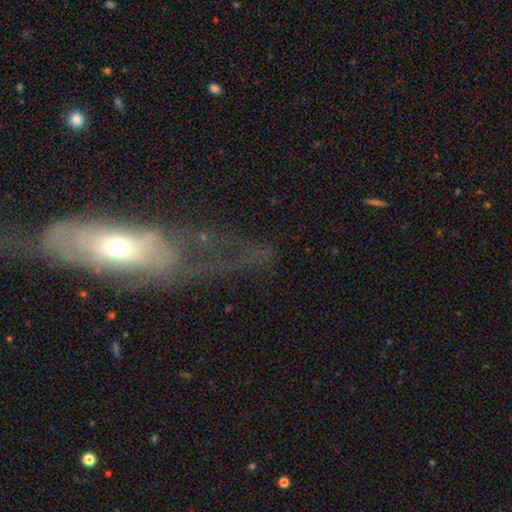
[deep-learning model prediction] featured or disk 47%, smooth 34%, star or artifact 20%. Down the decision tree: merging — major disturbance (48%).